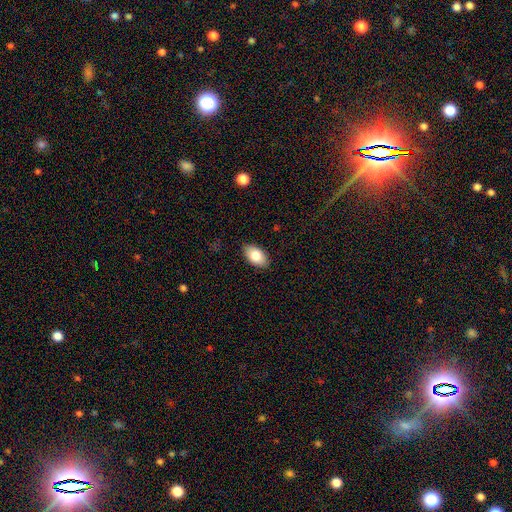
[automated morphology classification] This is clearly a smooth galaxy (82%). How rounded: clearly in between (93%). Merging: clearly none (87%).